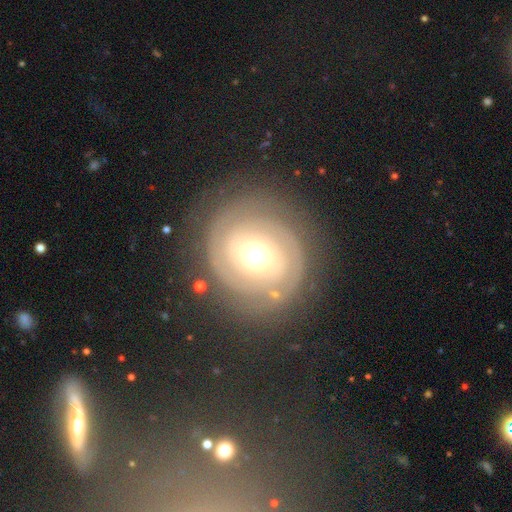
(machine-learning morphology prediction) Smooth or featured: featured or disk — 75% (smooth — 18%)
Edge-on disk: no — 97% (yes — 3%)
Bar: no — 75% (weak — 17%)
Spiral arms: yes — 83% (no — 17%)
Spiral winding: tight — 66% (medium — 24%)
Spiral arm count: 2 — 70% (can't tell — 14%)
Bulge size: moderate — 59% (large — 20%)
Merging: none — 76% (minor disturbance — 13%)